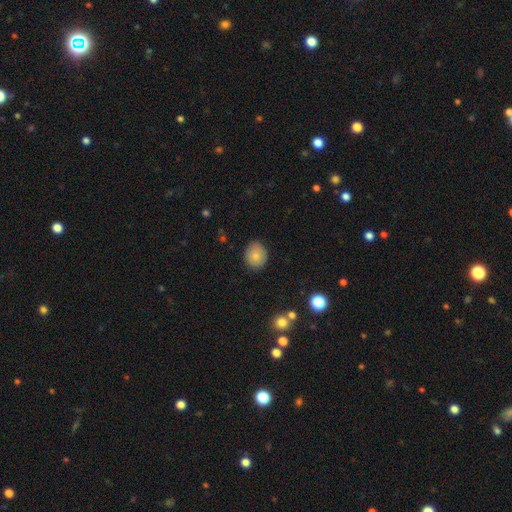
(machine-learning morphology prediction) Smooth or featured?
  - smooth: 79% *
  - featured or disk: 12%
  - star or artifact: 9%
How rounded?
  - round: 74% *
  - in between: 25%
  - cigar-shaped: 1%
Merging?
  - none: 83% *
  - minor disturbance: 13%
  - major disturbance: 3%
  - merger: 1%